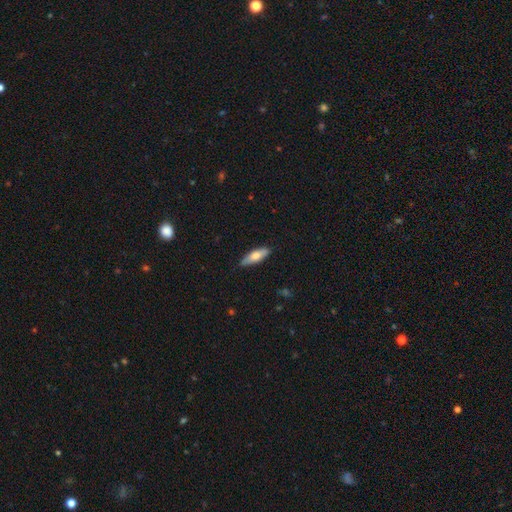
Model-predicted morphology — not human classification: This is likely a smooth galaxy (67%). How rounded: possibly in between (56%). Merging: clearly none (83%).